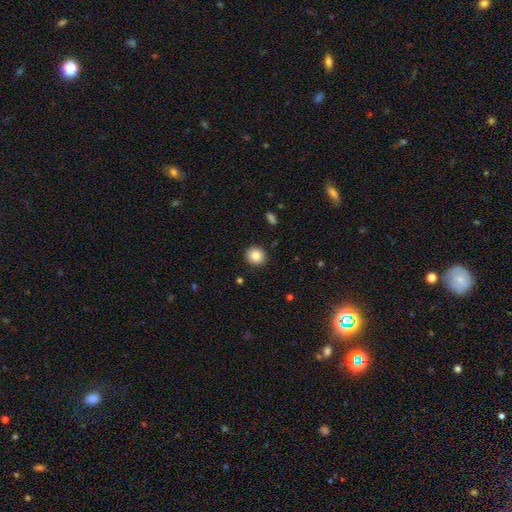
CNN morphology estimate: A smooth galaxy with no disk features (86%) that is round (88%).

Vote fractions:
- Smooth or featured? smooth: 86% / star or artifact: 9% / featured or disk: 5%
- How rounded? round: 88% / in between: 11% / cigar-shaped: 1%
- Merging? none: 91% / minor disturbance: 6% / major disturbance: 2% / merger: 1%